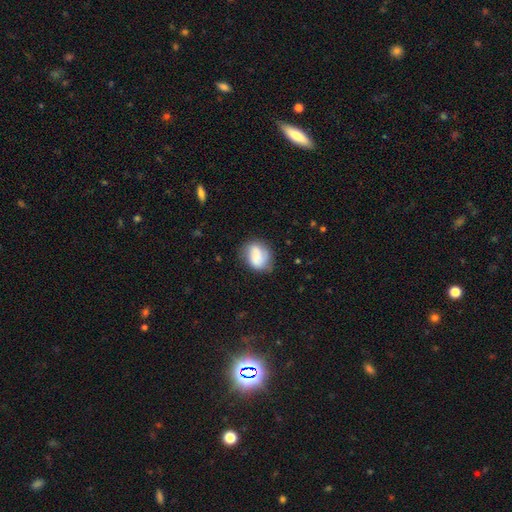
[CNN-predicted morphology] Overall: smooth (59%; featured or disk 33%). How rounded: round (52%; in between 47%). Merging: none (65%).